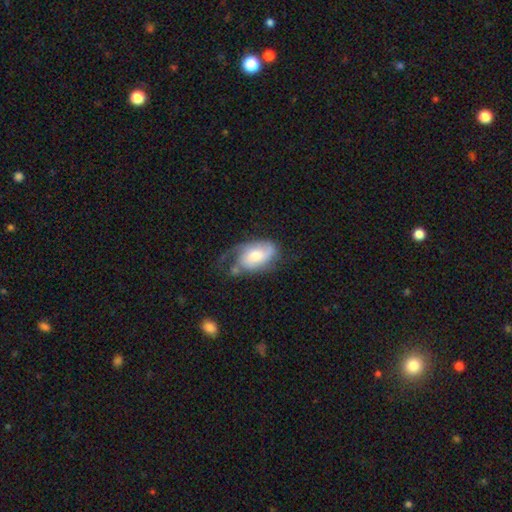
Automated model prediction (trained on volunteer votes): featured or disk 52%, smooth 41%, star or artifact 7%. Down the decision tree: edge-on disk — no (94%); merging — none (35%).